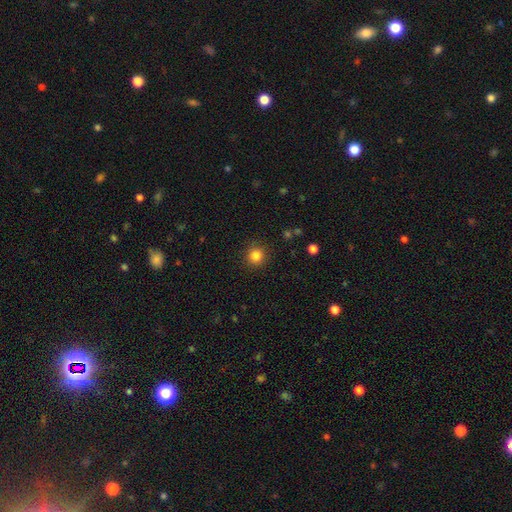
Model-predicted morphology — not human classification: Smooth or featured?
  - smooth: 84% *
  - star or artifact: 11%
  - featured or disk: 4%
How rounded?
  - round: 92% *
  - in between: 7%
  - cigar-shaped: 1%
Merging?
  - none: 89% *
  - minor disturbance: 7%
  - major disturbance: 2%
  - merger: 1%